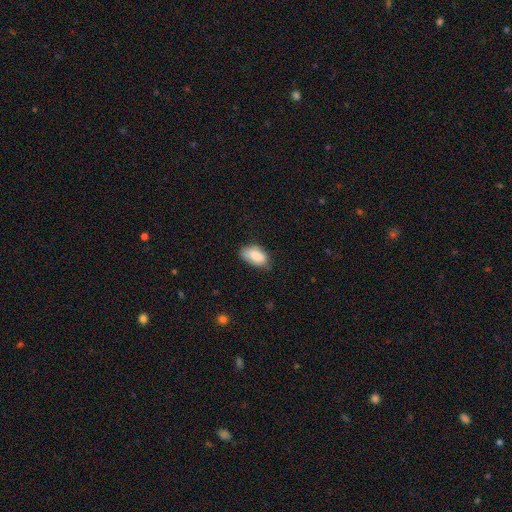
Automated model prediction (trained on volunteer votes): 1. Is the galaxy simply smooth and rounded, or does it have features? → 85% smooth, 8% featured or disk, 7% star or artifact.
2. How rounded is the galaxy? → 93% in between, 5% round, 2% cigar-shaped.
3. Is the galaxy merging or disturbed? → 66% none, 28% minor disturbance, 5% major disturbance, 1% merger.